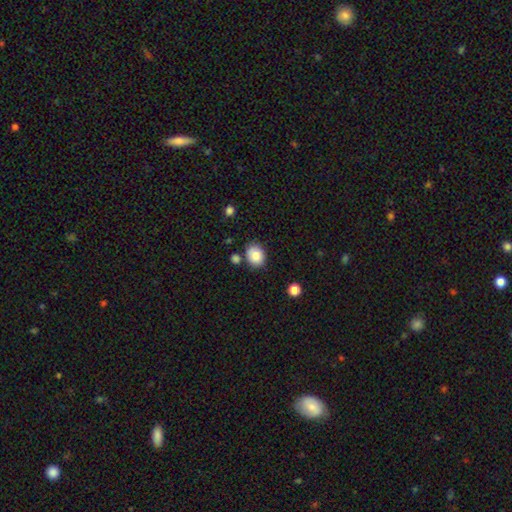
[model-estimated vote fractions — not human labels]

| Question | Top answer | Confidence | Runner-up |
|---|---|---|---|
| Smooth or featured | smooth | 81% | star or artifact (9%) |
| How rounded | round | 61% | in between (38%) |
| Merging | none | 76% | minor disturbance (14%) |